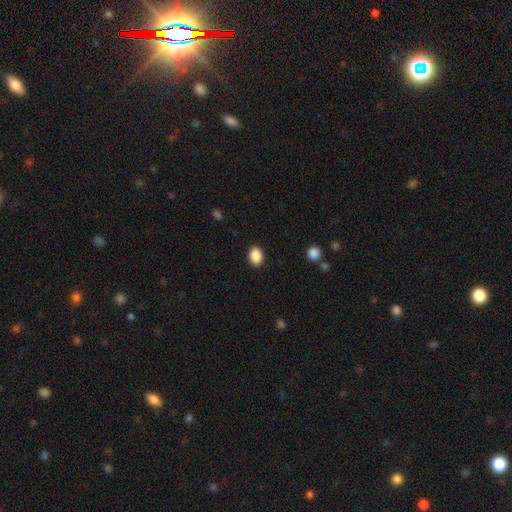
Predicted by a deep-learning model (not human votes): The model was most divided on "how rounded": in between: 72%, round: 27%, cigar-shaped: 1%. More confident: merging — none (89%); smooth or featured — smooth (89%).